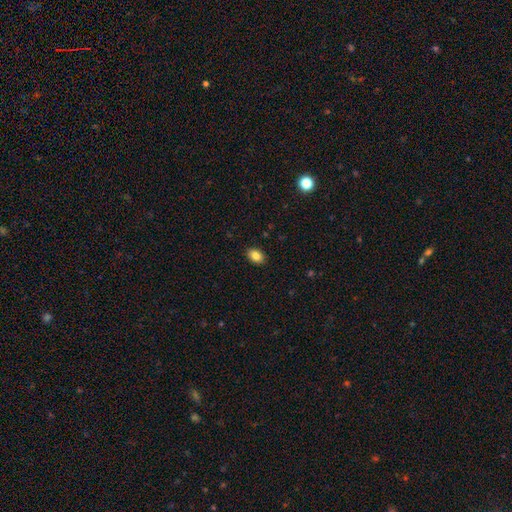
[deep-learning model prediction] smooth_or_featured: smooth (p=0.85) [alt: star or artifact p=0.09]
how_rounded: in between (p=0.81) [alt: round p=0.17]
merging: none (p=0.89) [alt: minor disturbance p=0.08]